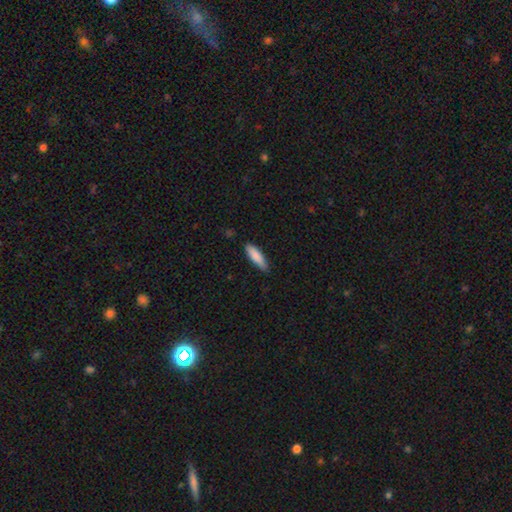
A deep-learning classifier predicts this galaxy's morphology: Overall: smooth (85%). How rounded: cigar-shaped (59%; in between 39%). Merging: none (80%).